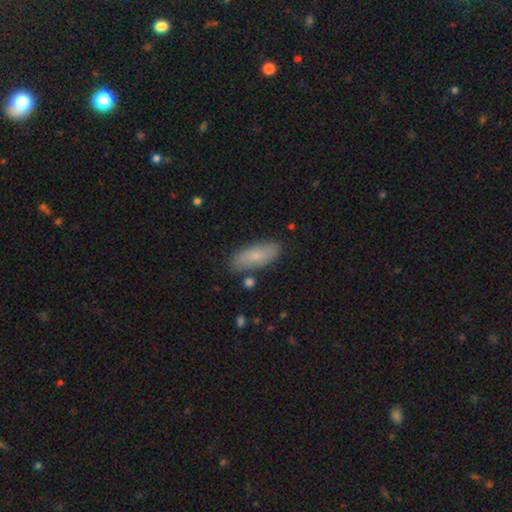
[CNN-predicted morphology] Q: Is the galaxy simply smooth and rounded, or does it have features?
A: smooth — 76%.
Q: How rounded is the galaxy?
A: in between — 72%.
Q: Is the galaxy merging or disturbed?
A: none — 82%.